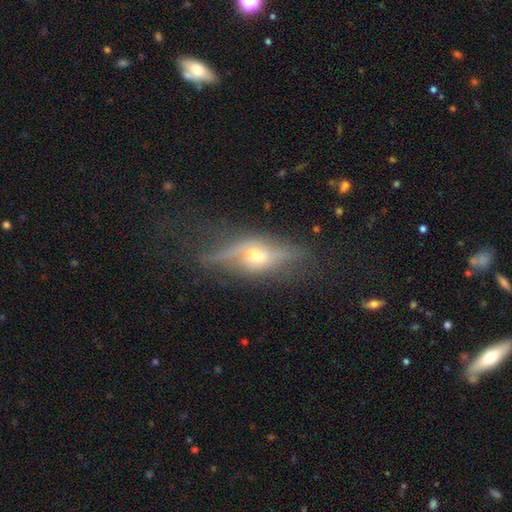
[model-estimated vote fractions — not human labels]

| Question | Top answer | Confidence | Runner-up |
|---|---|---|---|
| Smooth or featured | featured or disk | 68% | smooth (22%) |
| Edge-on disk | yes | 64% | no (36%) |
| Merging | none | 52% | minor disturbance (25%) |